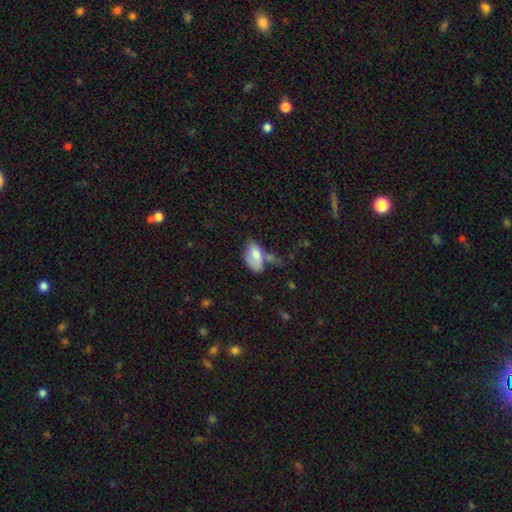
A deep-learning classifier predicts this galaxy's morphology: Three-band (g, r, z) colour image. It shows a smooth galaxy with no disk features (74%) that is in between round and cigar-shaped (93%). Merging: none (38%).